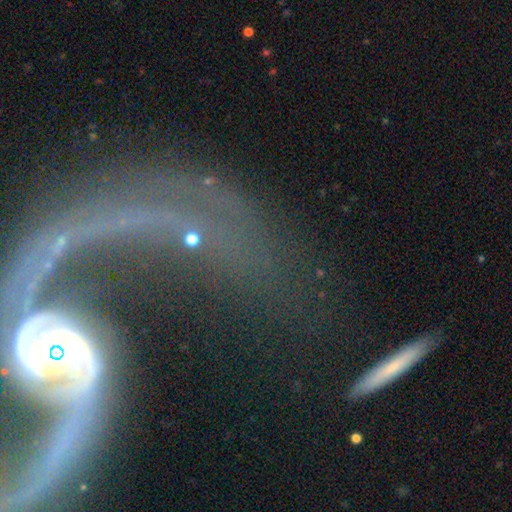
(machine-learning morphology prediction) smooth-or-featured: featured or disk: 72% | smooth: 15% | star or artifact: 13%
  disk-edge-on: no: 83% | yes: 17%
    bar: no: 43% | weak: 29% | strong: 28%
    has-spiral-arms: yes: 82% | no: 18%
    bulge-size: small: 42% | moderate: 33% | large: 11% | none: 10% | dominant: 5%
  merging: none: 43% | major disturbance: 27% | merger: 15% | minor disturbance: 15%